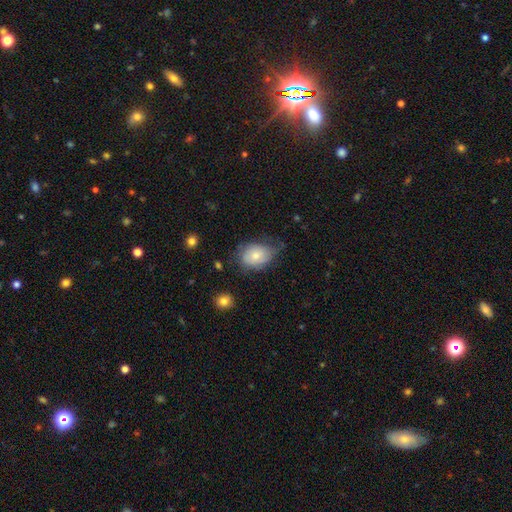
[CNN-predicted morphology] The model was most divided on "merging": none: 49%, minor disturbance: 37%, major disturbance: 13%, merger: 2%. More confident: how rounded — in between (73%); smooth or featured — smooth (71%).